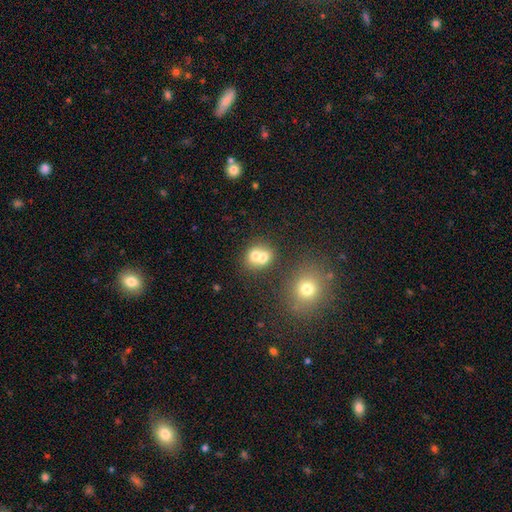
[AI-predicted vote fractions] smooth-or-featured: smooth: 68% | featured or disk: 21% | star or artifact: 11%
  how-rounded: round: 68% | in between: 31% | cigar-shaped: 1%
  merging: merger: 60% | none: 30% | minor disturbance: 6% | major disturbance: 3%